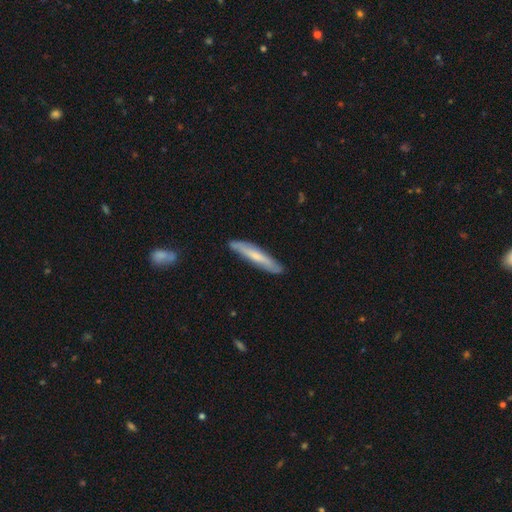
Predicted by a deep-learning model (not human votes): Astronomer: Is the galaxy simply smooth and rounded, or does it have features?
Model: smooth — 56% (runner-up: featured or disk, 38%).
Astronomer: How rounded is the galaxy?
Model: cigar-shaped — 91%.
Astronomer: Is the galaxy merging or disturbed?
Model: none — 84%.